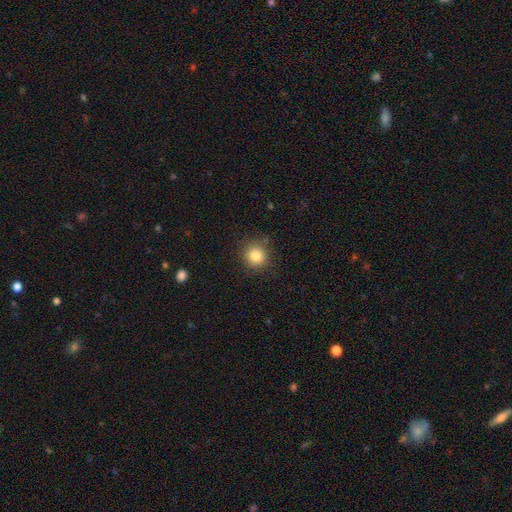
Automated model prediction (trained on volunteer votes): Smooth or featured? Predicted: smooth (p=0.84). How rounded? Predicted: round (p=0.91). Merging? Predicted: none (p=0.87).